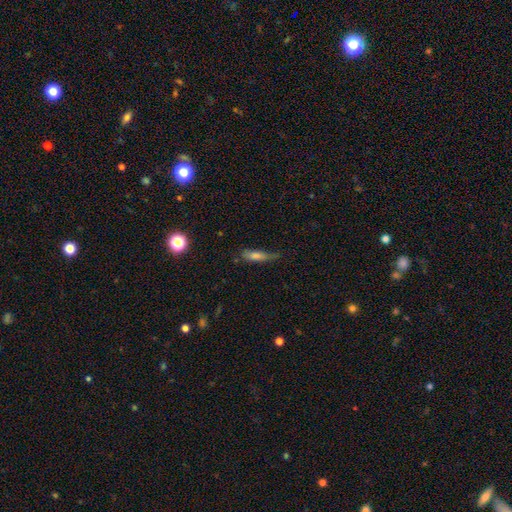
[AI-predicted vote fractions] smooth-or-featured: smooth: 57% | featured or disk: 30% | star or artifact: 13%
  how-rounded: cigar-shaped: 67% | in between: 29% | round: 4%
  merging: none: 56% | minor disturbance: 31% | major disturbance: 11% | merger: 3%